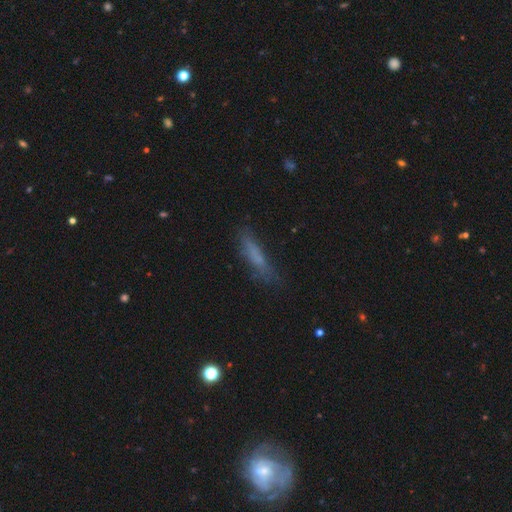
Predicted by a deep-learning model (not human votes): Smooth or featured? smooth (64%)
How rounded? cigar-shaped (79%)
Merging? none (67%)